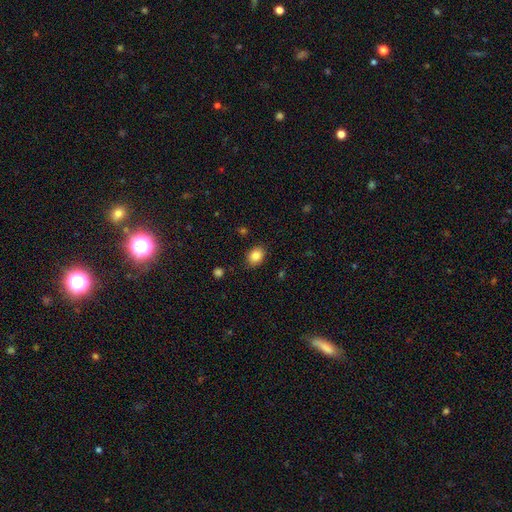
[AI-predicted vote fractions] Smooth or featured? smooth (85%)
How rounded? in between (58%)
Merging? none (86%)